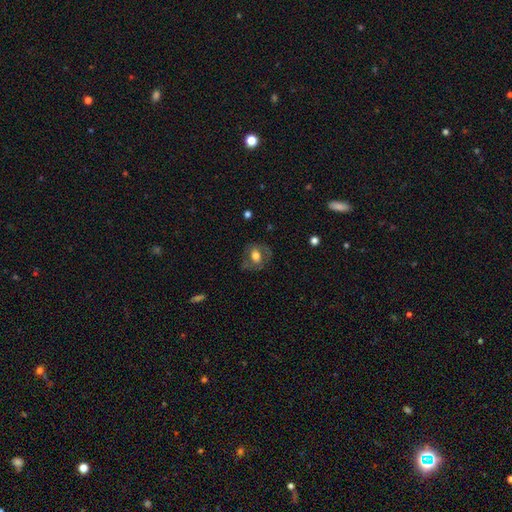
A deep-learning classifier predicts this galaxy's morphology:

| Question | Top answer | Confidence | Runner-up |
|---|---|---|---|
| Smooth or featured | smooth | 53% | featured or disk (39%) |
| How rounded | in between | 53% | round (46%) |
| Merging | none | 65% | minor disturbance (20%) |